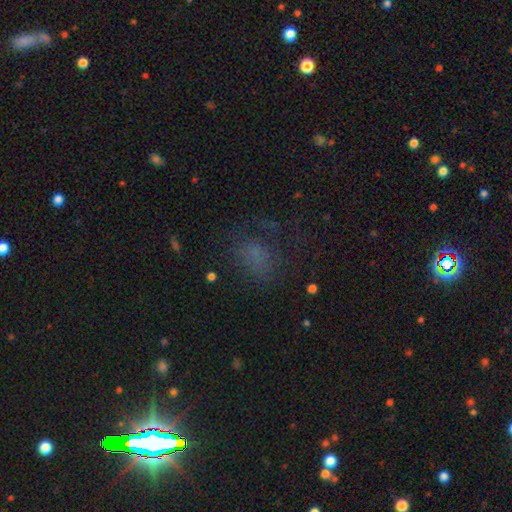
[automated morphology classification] Smooth or featured?
  - smooth: 54% *
  - star or artifact: 25%
  - featured or disk: 21%
How rounded?
  - in between: 55% *
  - round: 43%
  - cigar-shaped: 2%
Merging?
  - none: 50% *
  - major disturbance: 28%
  - minor disturbance: 20%
  - merger: 2%